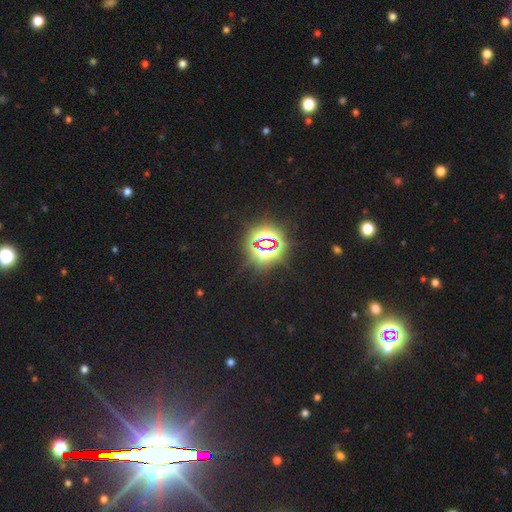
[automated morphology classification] A star or artifact, not a galaxy (77%).